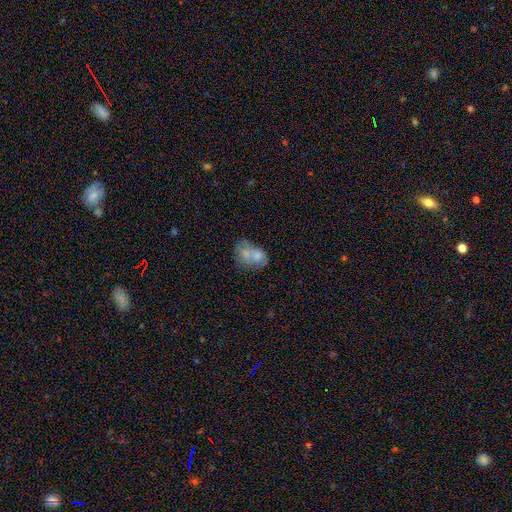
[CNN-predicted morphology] Smooth or featured?
  - smooth: 61% *
  - featured or disk: 30%
  - star or artifact: 9%
How rounded?
  - in between: 71% *
  - round: 27%
  - cigar-shaped: 1%
Merging?
  - merger: 54% *
  - none: 21%
  - minor disturbance: 14%
  - major disturbance: 11%